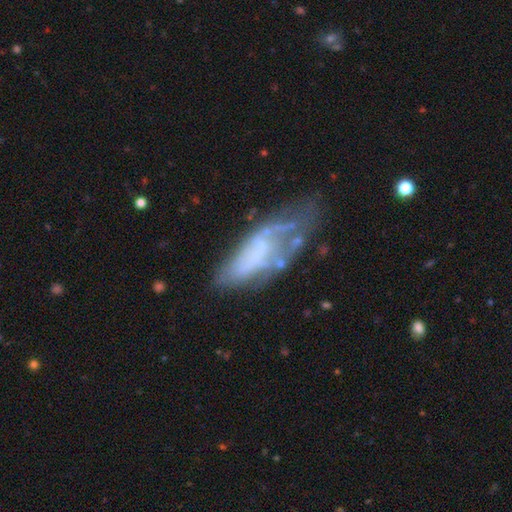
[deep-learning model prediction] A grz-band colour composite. It shows a featured or disk galaxy (59%) with no bar (76%), no spiral arms (72%) and no central bulge (47%). Merging: major disturbance (33%).